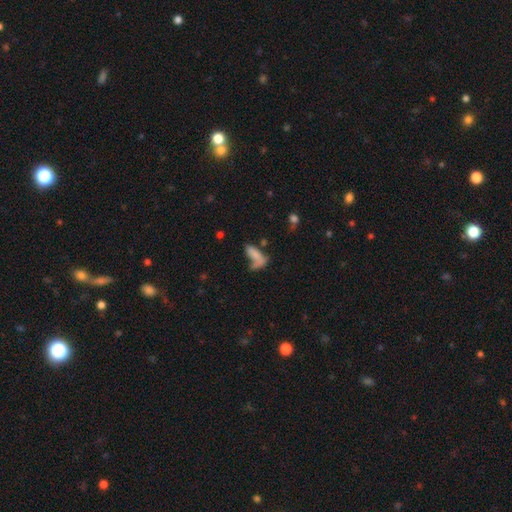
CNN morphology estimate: type=smooth (69%); roundness=in between (67%); merging=none (30%).